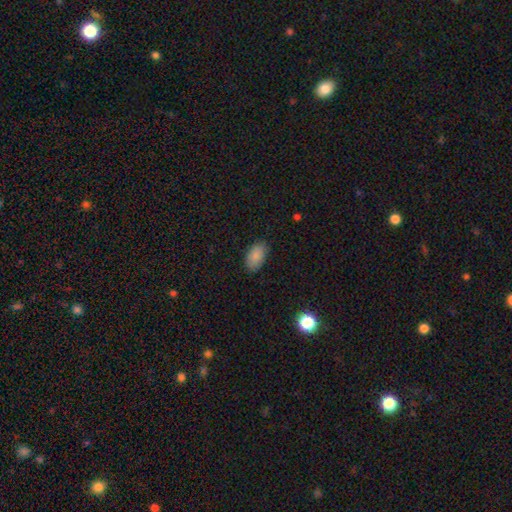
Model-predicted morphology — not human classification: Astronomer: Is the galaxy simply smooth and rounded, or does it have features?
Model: smooth — 87%.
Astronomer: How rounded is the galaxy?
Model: in between — 94%.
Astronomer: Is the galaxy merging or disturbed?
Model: none — 84%.